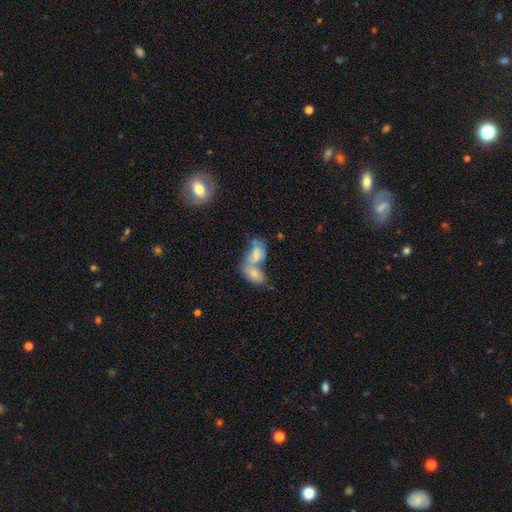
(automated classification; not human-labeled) Smooth or featured: smooth — 60% (featured or disk — 26%)
How rounded: in between — 81% (round — 15%)
Merging: merger — 64% (none — 22%)